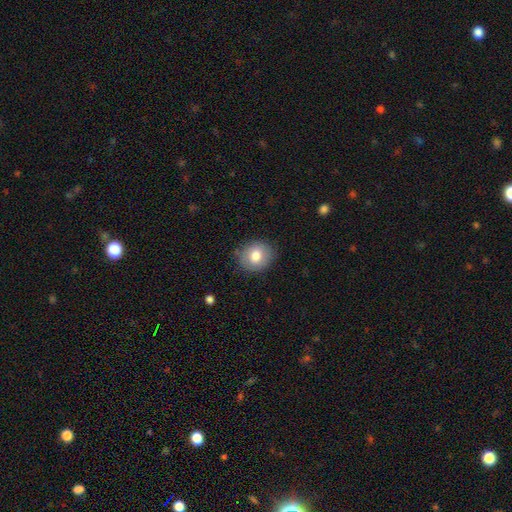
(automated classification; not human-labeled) Q: Smooth or featured?
A: smooth (78%); runner-up: featured or disk (14%)
Q: How rounded?
A: round (70%); runner-up: in between (29%)
Q: Merging?
A: none (83%); runner-up: minor disturbance (12%)